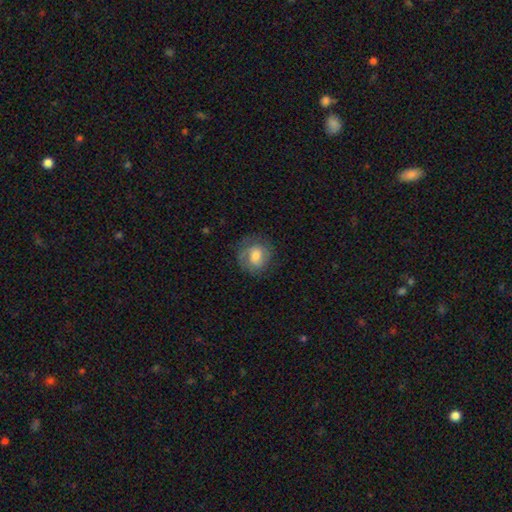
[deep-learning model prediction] smooth 57%, featured or disk 35%, star or artifact 8%. Down the decision tree: how rounded — round (77%); merging — none (70%).